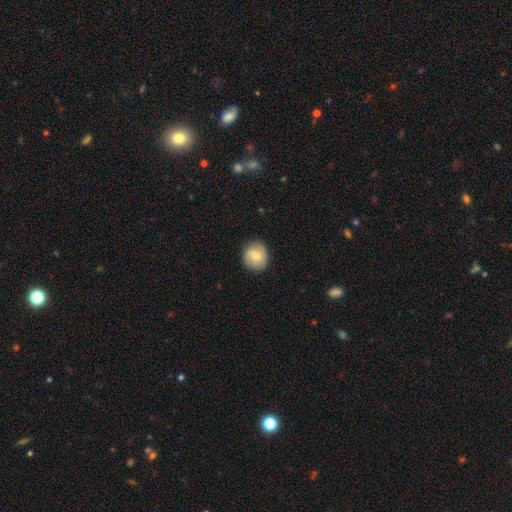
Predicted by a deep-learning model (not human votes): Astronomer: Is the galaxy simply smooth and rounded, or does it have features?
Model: smooth — 68%.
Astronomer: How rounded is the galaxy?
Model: round — 88%.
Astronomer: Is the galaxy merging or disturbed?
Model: none — 84%.